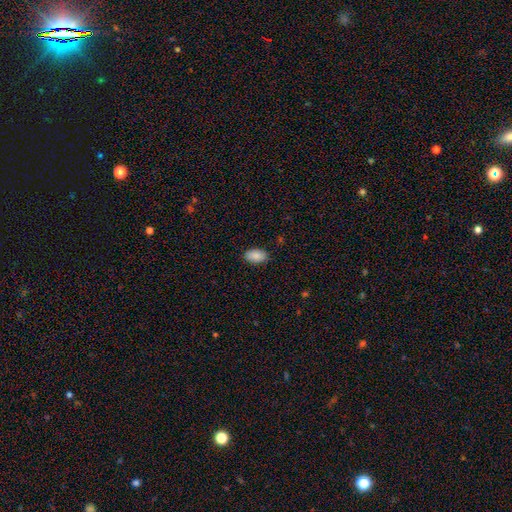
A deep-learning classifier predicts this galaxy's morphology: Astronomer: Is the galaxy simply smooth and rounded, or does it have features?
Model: smooth — 88%.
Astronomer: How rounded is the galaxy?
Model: in between — 94%.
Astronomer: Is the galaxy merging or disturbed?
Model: none — 87%.